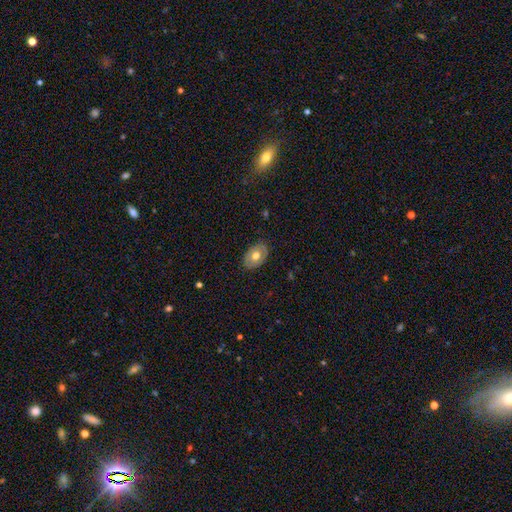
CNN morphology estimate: Smooth or featured? Predicted: smooth (p=0.58). How rounded? Predicted: in between (p=0.83). Merging? Predicted: none (p=0.83).